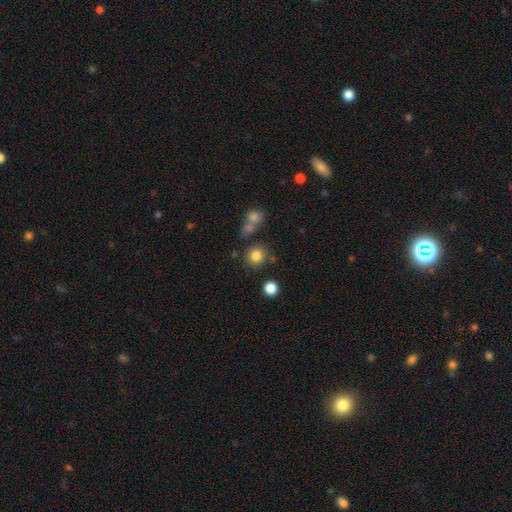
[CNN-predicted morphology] The model was most divided on "merging": none: 74%, merger: 11%, minor disturbance: 10%, major disturbance: 4%. More confident: how rounded — round (87%); smooth or featured — smooth (81%).